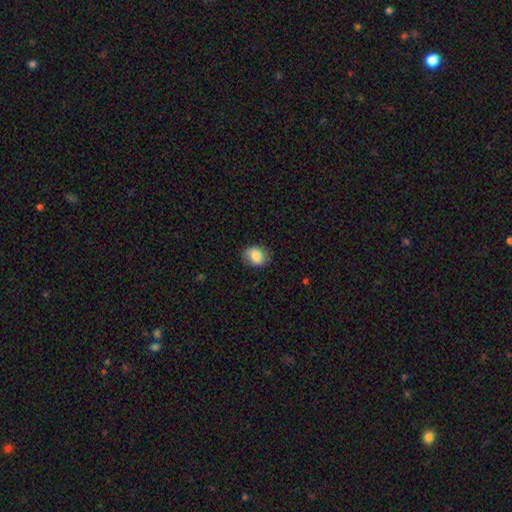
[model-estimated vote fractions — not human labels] smooth-or-featured: smooth: 84% | featured or disk: 8% | star or artifact: 7%
  how-rounded: in between: 52% | round: 47% | cigar-shaped: 1%
  merging: none: 82% | minor disturbance: 13% | major disturbance: 3% | merger: 1%